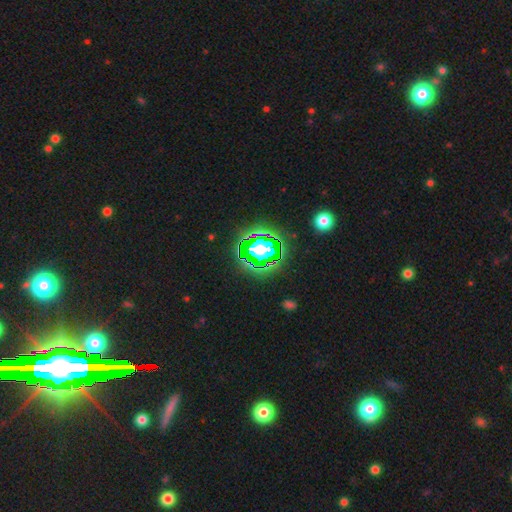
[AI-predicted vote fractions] This is likely a star or artifact rather than a galaxy (70%).